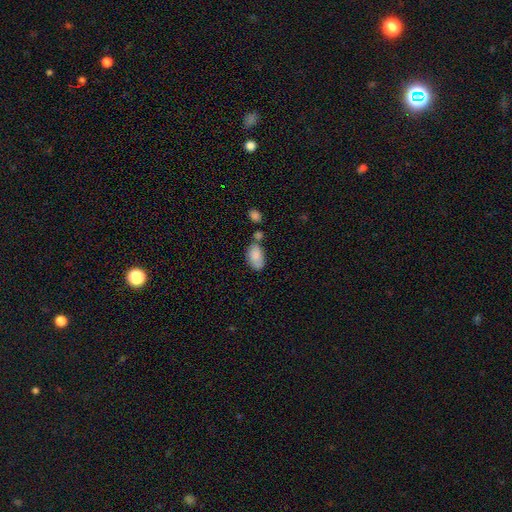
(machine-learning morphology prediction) type=smooth (81%); roundness=in between (92%); merging=none (43%).